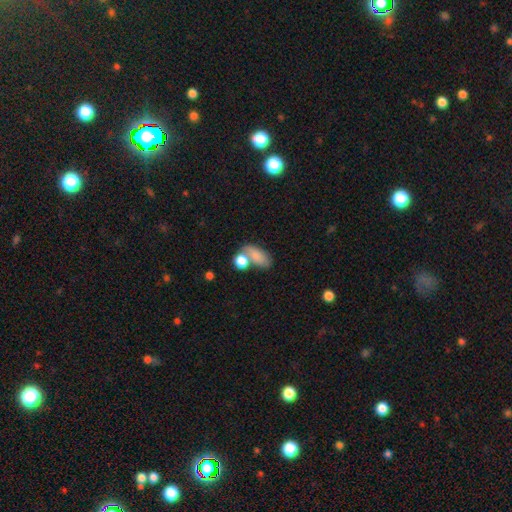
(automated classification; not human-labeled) Overall: smooth (80%). How rounded: in between (84%). Merging: none (43%; merger 33%).